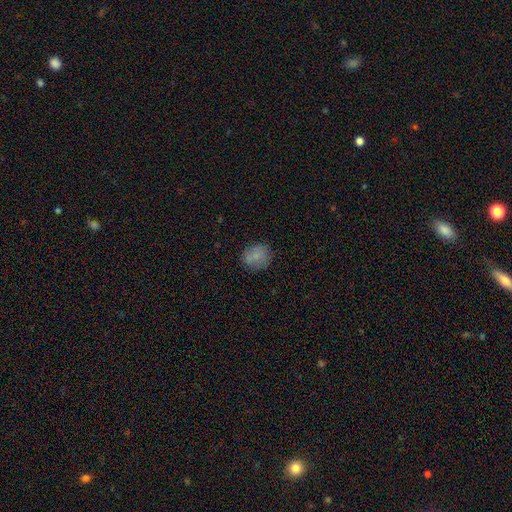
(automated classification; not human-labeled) Smooth or featured? Predicted: smooth (p=0.78). How rounded? Predicted: round (p=0.77). Merging? Predicted: none (p=0.76).